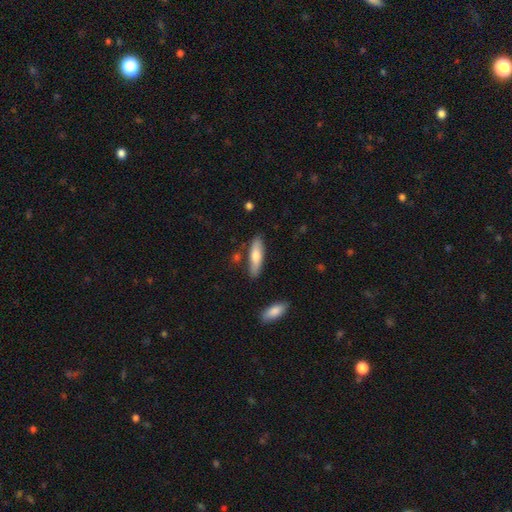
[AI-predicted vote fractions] Smooth or featured? Predicted: smooth (p=0.70). How rounded? Predicted: cigar-shaped (p=0.58). Merging? Predicted: none (p=0.79).